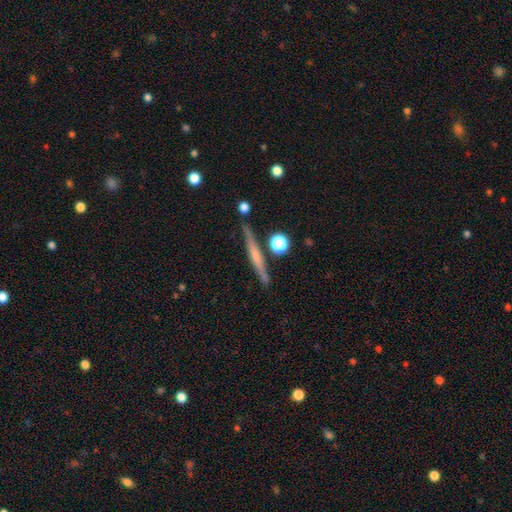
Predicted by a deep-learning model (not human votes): Q: Smooth or featured?
A: featured or disk (61%); runner-up: smooth (31%)
Q: Edge-on disk?
A: yes (97%); runner-up: no (3%)
Q: Edge-on bulge?
A: none (46%); runner-up: rounded (42%)
Q: Merging?
A: none (86%); runner-up: minor disturbance (9%)